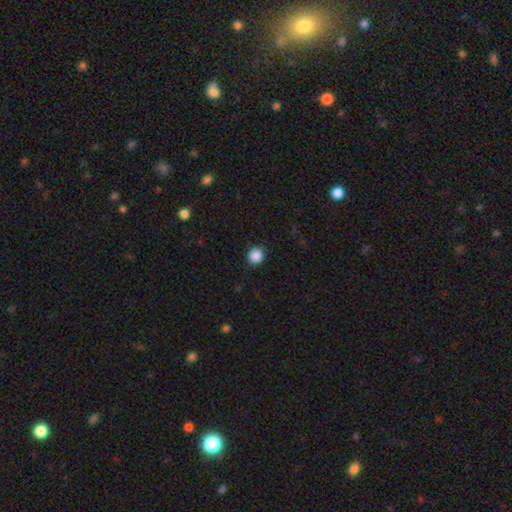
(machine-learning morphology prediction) Overall: smooth (88%). How rounded: round (91%). Merging: none (90%).